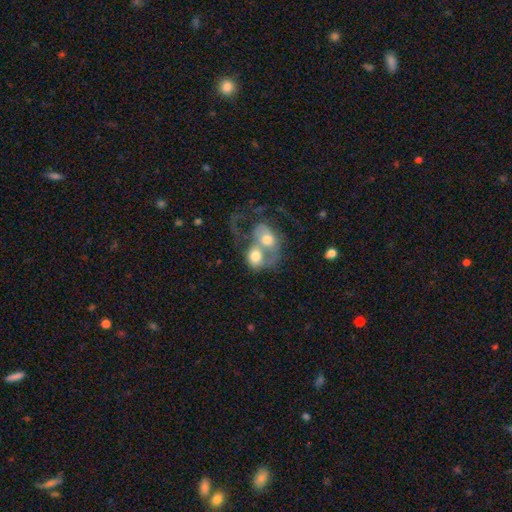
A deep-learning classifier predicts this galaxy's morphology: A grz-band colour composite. It shows a smooth galaxy with no disk features (52%) that is in between round and cigar-shaped (52%). Merging: merger (79%).